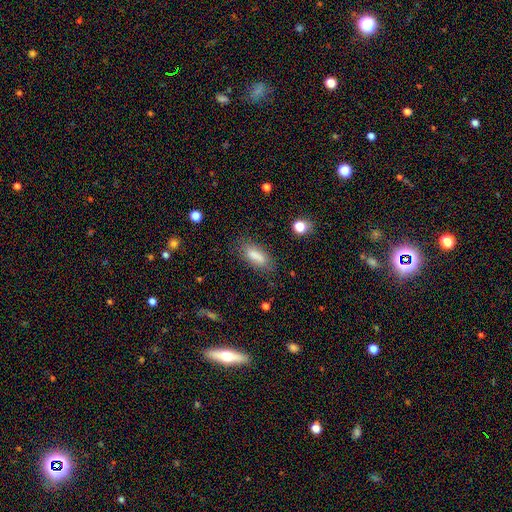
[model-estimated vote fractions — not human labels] Q: Smooth or featured?
A: smooth (80%); runner-up: featured or disk (11%)
Q: How rounded?
A: in between (65%); runner-up: cigar-shaped (32%)
Q: Merging?
A: none (75%); runner-up: minor disturbance (17%)